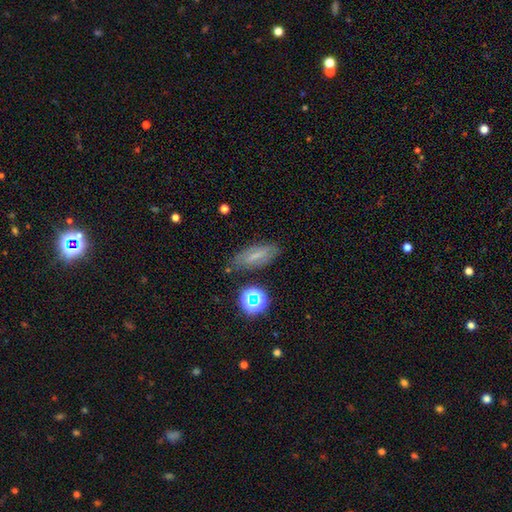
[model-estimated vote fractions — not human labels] smooth 51%, featured or disk 32%, star or artifact 17%. Down the decision tree: how rounded — in between (63%); merging — none (77%).